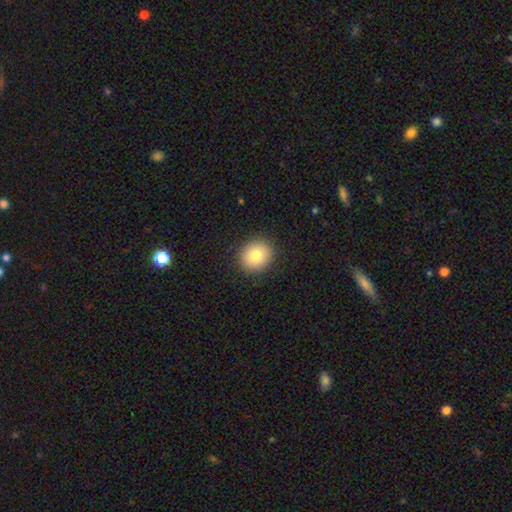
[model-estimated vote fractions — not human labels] The model was most divided on "how rounded": round: 80%, in between: 19%, cigar-shaped: 1%. More confident: merging — none (90%); smooth or featured — smooth (80%).